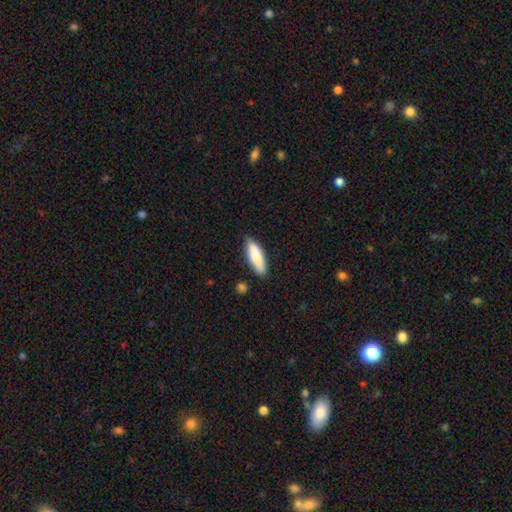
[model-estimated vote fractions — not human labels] Morphology: type=smooth (80%); roundness=cigar-shaped (52%); merging=none (81%).